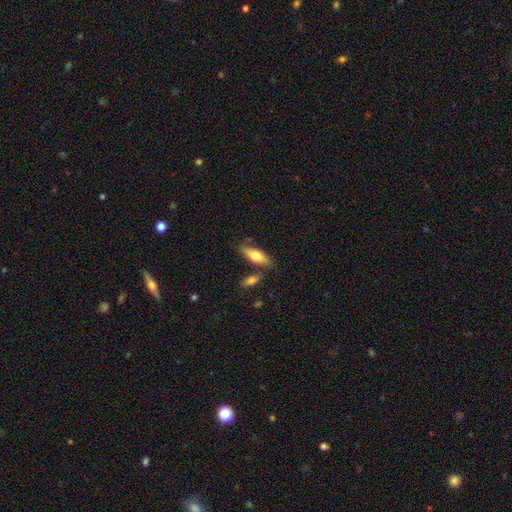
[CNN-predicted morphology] Overall: smooth (67%; featured or disk 27%). How rounded: in between (69%). Merging: none (66%).